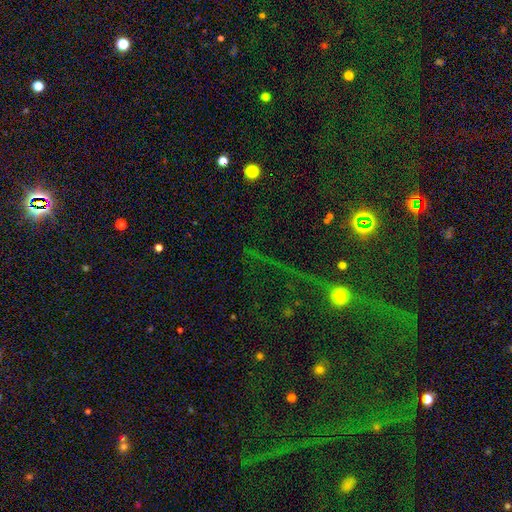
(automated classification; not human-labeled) smooth_or_featured: star or artifact (p=0.74) [alt: smooth p=0.16]